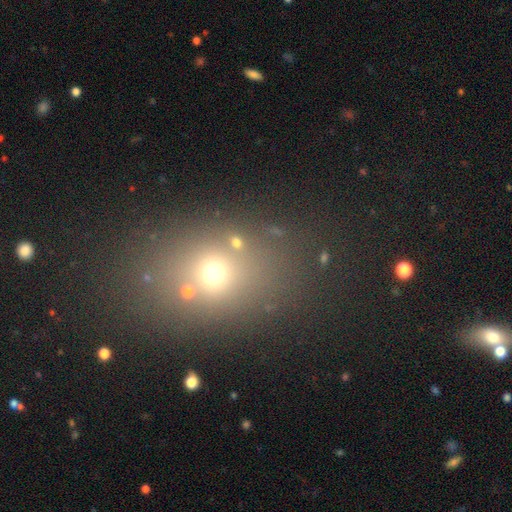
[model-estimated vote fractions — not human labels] smooth-or-featured: smooth: 60% | star or artifact: 27% | featured or disk: 13%
  how-rounded: in between: 59% | round: 39% | cigar-shaped: 2%
  merging: none: 77% | minor disturbance: 11% | merger: 6% | major disturbance: 5%